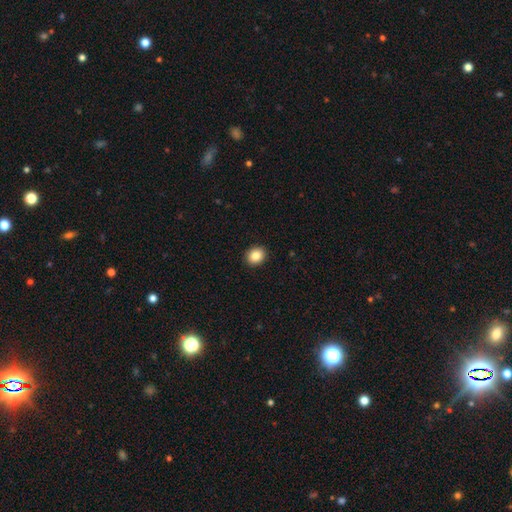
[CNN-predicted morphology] Smooth or featured? Predicted: smooth (p=0.86). How rounded? Predicted: round (p=0.64). Merging? Predicted: none (p=0.92).